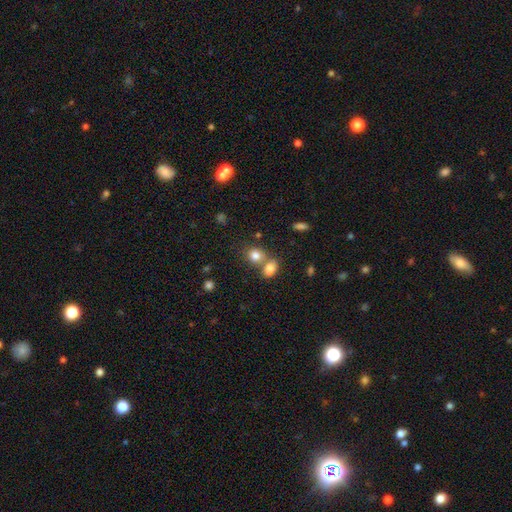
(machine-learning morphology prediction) smooth_or_featured: smooth (p=0.81) [alt: star or artifact p=0.11]
how_rounded: round (p=0.63) [alt: in between p=0.35]
merging: none (p=0.47) [alt: merger p=0.41]